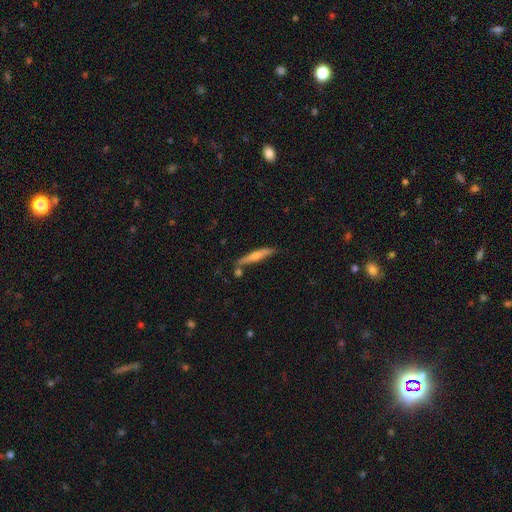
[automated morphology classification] featured or disk 59%, smooth 34%, star or artifact 7%. Down the decision tree: edge-on disk — yes (96%); edge-on bulge — rounded (83%); merging — none (80%).